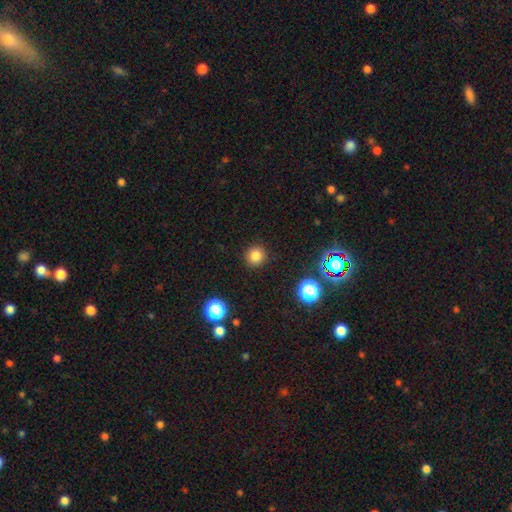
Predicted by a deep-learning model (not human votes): This appears to be a smooth galaxy with no disk features (81%) that is round (94%). Merging: none (91%).